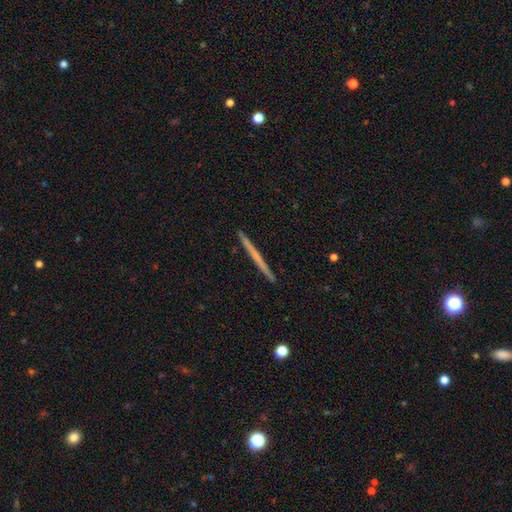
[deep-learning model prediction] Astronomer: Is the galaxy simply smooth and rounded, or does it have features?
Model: featured or disk — 50% (runner-up: smooth, 45%).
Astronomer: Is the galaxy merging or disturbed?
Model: none — 93%.